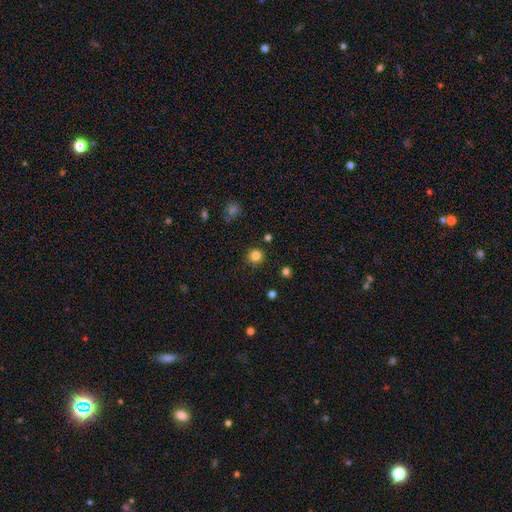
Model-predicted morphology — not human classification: Smooth or featured? smooth (82%)
How rounded? round (93%)
Merging? none (88%)